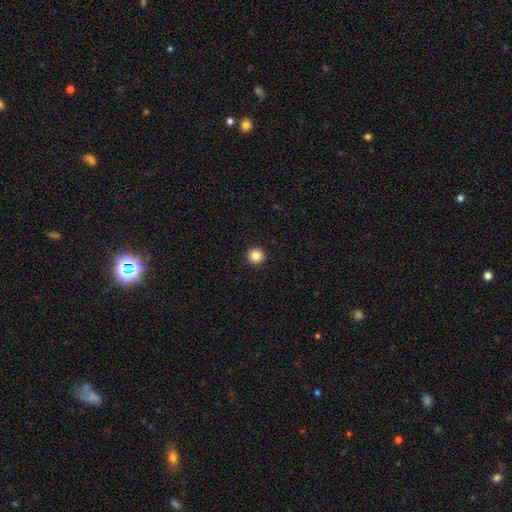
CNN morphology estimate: Q: Smooth or featured?
A: smooth (86%); runner-up: star or artifact (10%)
Q: How rounded?
A: round (95%); runner-up: in between (4%)
Q: Merging?
A: none (94%); runner-up: minor disturbance (4%)